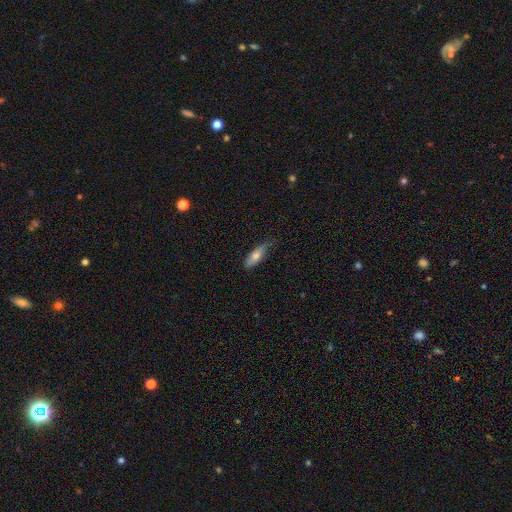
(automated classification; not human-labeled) Overall: smooth (71%). How rounded: in between (52%; cigar-shaped 45%). Merging: none (62%; minor disturbance 30%).